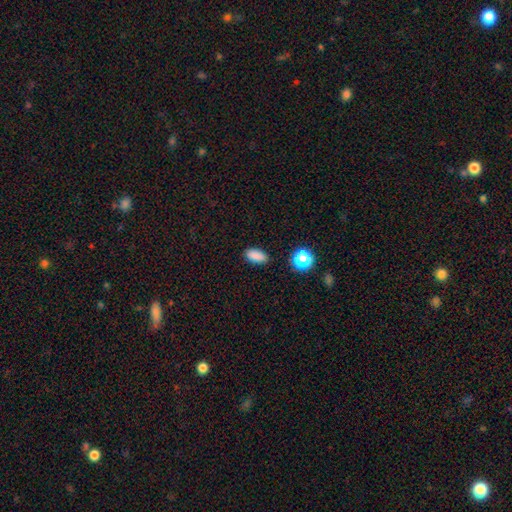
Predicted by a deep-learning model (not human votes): Morphology: type=smooth (85%); roundness=in between (88%); merging=none (85%).